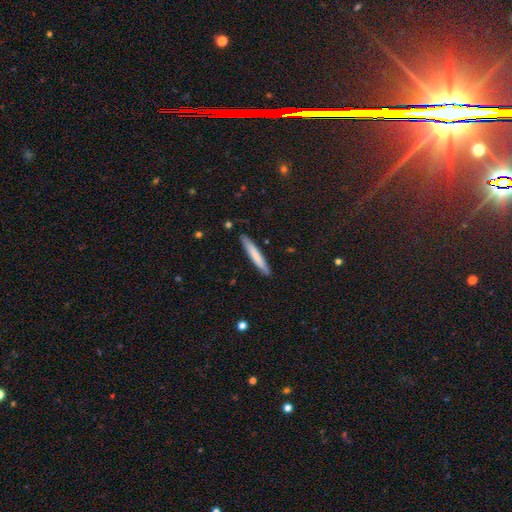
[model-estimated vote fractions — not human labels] Q: Smooth or featured?
A: smooth (75%); runner-up: featured or disk (19%)
Q: How rounded?
A: cigar-shaped (95%); runner-up: in between (4%)
Q: Merging?
A: none (88%); runner-up: minor disturbance (9%)